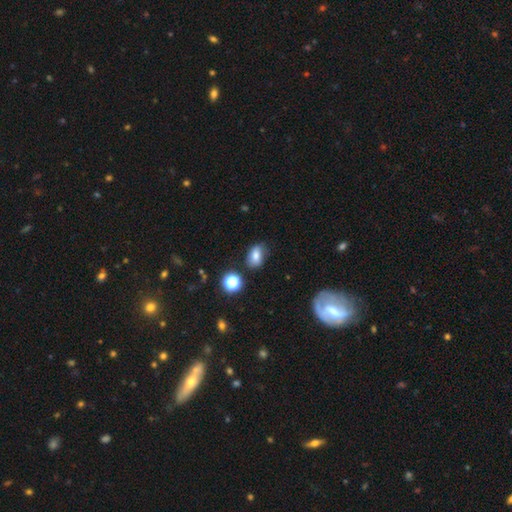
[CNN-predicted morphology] Smooth or featured: smooth — 75% (star or artifact — 13%)
How rounded: in between — 79% (round — 19%)
Merging: none — 70% (minor disturbance — 20%)